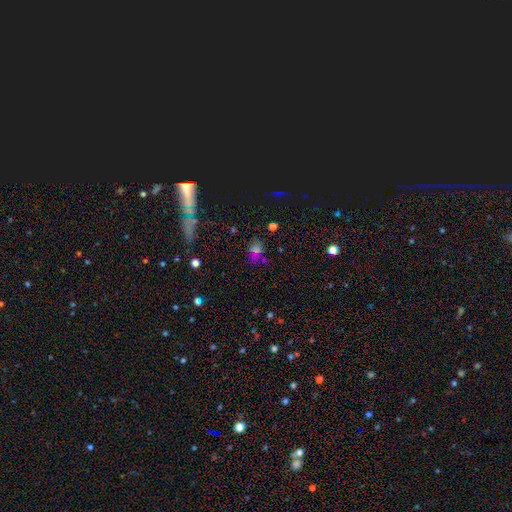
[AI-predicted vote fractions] smooth 46%, star or artifact 39%, featured or disk 15%. Down the decision tree: merging — none (66%).